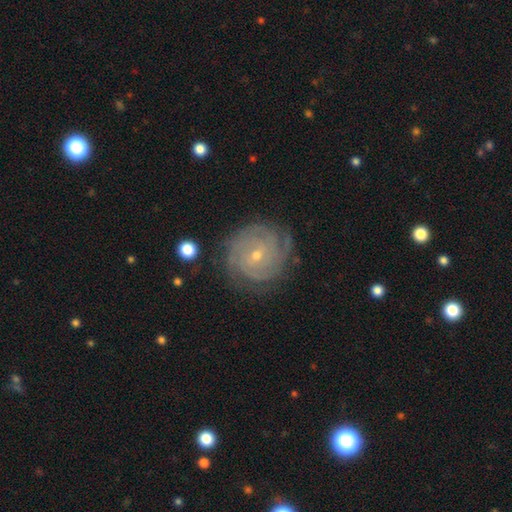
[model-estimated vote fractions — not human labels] A featured or disk galaxy (86%) with no bar (61%), tight (81%) spiral arms (97%) and a small central bulge (72%).

Vote fractions:
- Smooth or featured? featured or disk: 86% / smooth: 8% / star or artifact: 6%
- Edge-on disk? no: 98% / yes: 2%
- Bar? no: 61% / weak: 31% / strong: 8%
- Spiral arms? yes: 97% / no: 3%
- Spiral winding? tight: 81% / medium: 16% / loose: 3%
- Spiral arm count? can't tell: 27% / 3: 22% / 4: 21% / 2: 14% / more than 4: 8% / 1: 7%
- Bulge size? small: 72% / moderate: 25% / none: 1% / large: 1% / dominant: 1%
- Merging? none: 81% / minor disturbance: 13% / major disturbance: 4% / merger: 1%